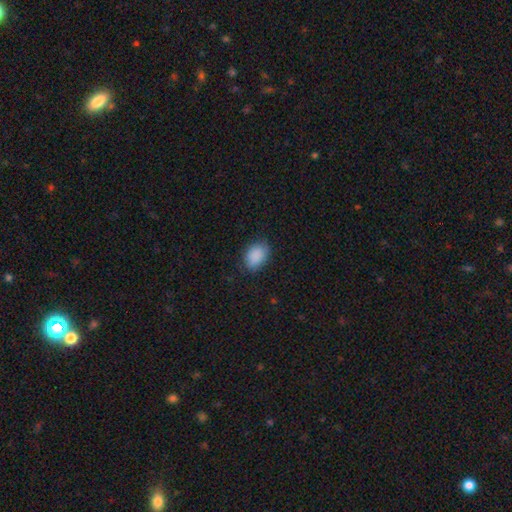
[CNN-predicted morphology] A smooth galaxy with no disk features (89%) that is in between round and cigar-shaped (80%).

Vote fractions:
- Smooth or featured? smooth: 89% / star or artifact: 7% / featured or disk: 3%
- How rounded? in between: 80% / round: 19% / cigar-shaped: 1%
- Merging? none: 81% / minor disturbance: 15% / major disturbance: 3% / merger: 1%